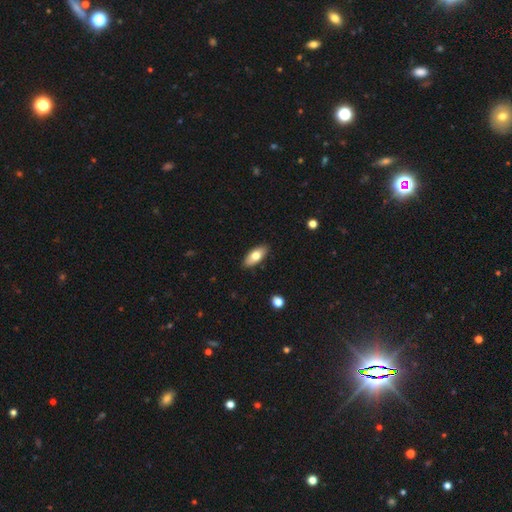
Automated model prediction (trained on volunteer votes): Smooth or featured? Predicted: smooth (p=0.73). How rounded? Predicted: in between (p=0.85). Merging? Predicted: none (p=0.88).